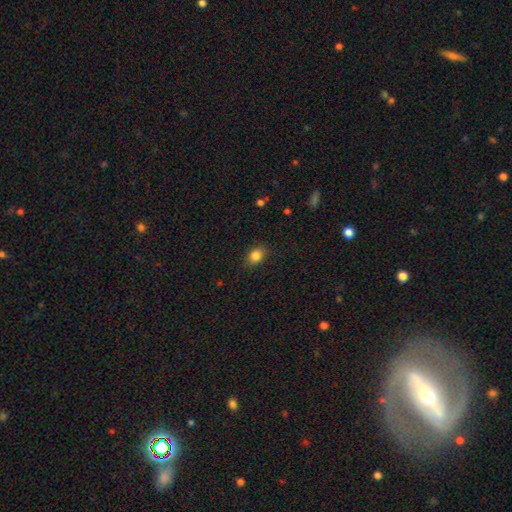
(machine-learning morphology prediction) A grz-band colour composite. It shows a smooth galaxy with no disk features (85%) that is in between round and cigar-shaped (60%). Merging: none (85%).